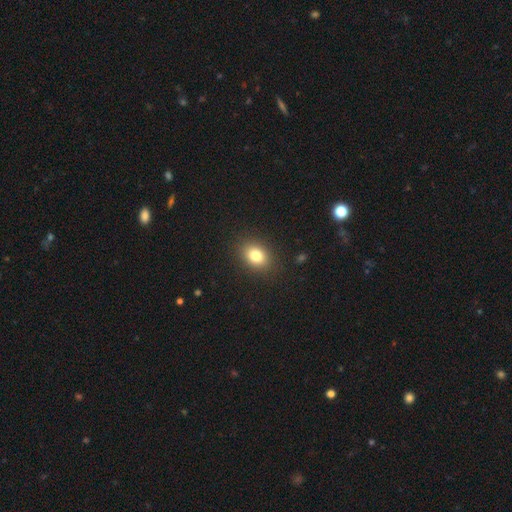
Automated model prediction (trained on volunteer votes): Q: Smooth or featured?
A: smooth (80%); runner-up: star or artifact (11%)
Q: How rounded?
A: in between (66%); runner-up: round (33%)
Q: Merging?
A: none (88%); runner-up: minor disturbance (8%)